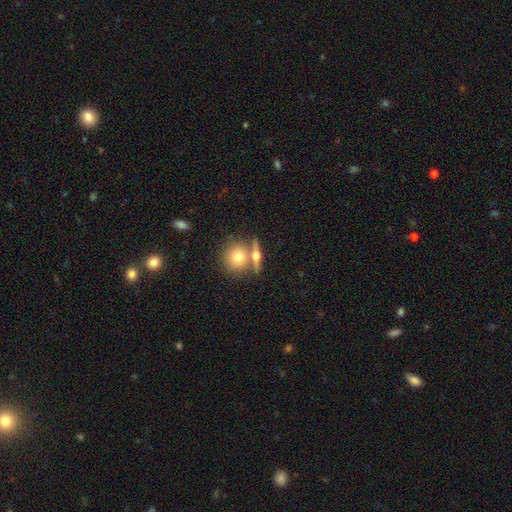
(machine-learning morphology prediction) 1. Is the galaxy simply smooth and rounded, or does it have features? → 50% featured or disk, 42% smooth, 8% star or artifact.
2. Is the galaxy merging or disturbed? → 60% none, 28% merger, 8% minor disturbance, 3% major disturbance.